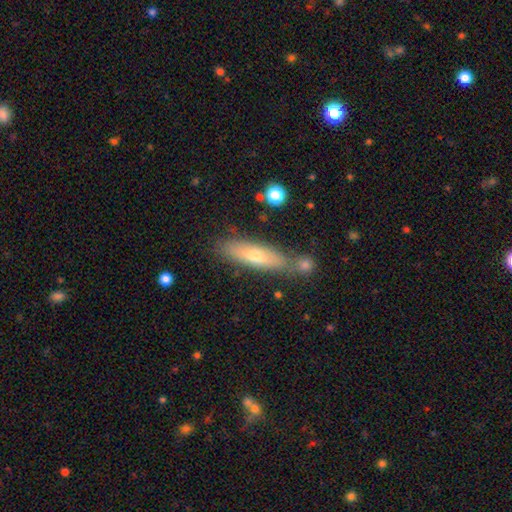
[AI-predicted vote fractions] Smooth or featured? smooth (53%)
How rounded? cigar-shaped (70%)
Merging? none (72%)